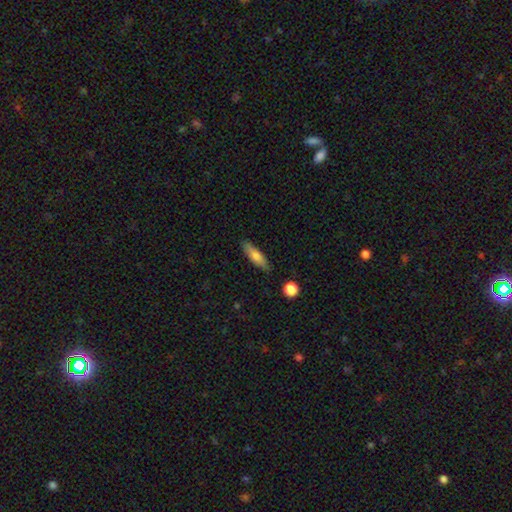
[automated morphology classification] Smooth or featured: smooth — 70% (featured or disk — 23%)
How rounded: cigar-shaped — 56% (in between — 42%)
Merging: none — 85% (minor disturbance — 11%)